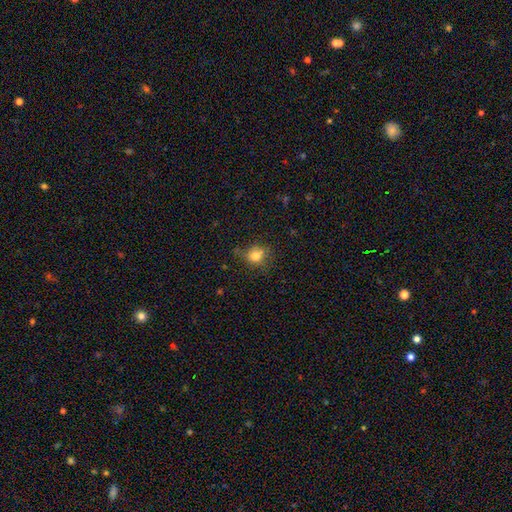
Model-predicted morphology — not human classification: smooth_or_featured: smooth (p=0.77) [alt: star or artifact p=0.13]
how_rounded: round (p=0.74) [alt: in between p=0.25]
merging: none (p=0.67) [alt: minor disturbance p=0.22]